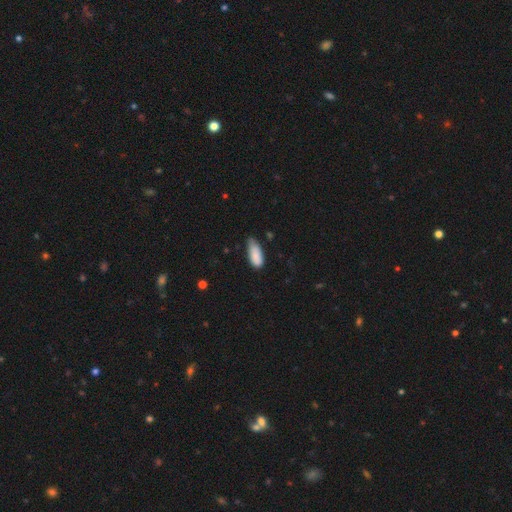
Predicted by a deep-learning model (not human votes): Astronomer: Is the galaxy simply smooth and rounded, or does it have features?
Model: smooth — 87%.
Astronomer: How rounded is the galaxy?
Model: in between — 82%.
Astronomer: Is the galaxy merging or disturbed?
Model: none — 46% (runner-up: minor disturbance, 44%).